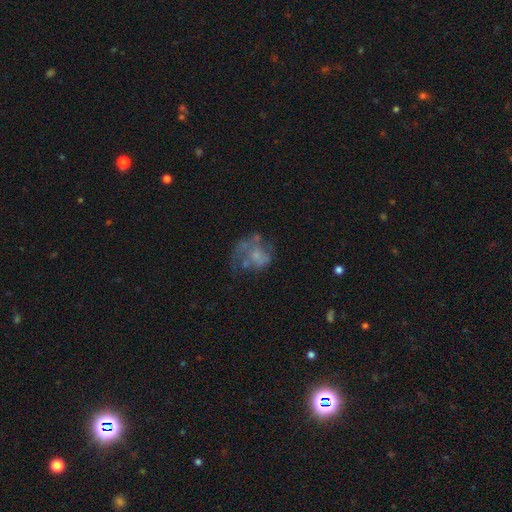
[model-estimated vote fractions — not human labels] This appears to be a featured or disk galaxy (57%) with no bar (83%), no spiral arms (62%) and no central bulge (46%). Merging: major disturbance (40%).